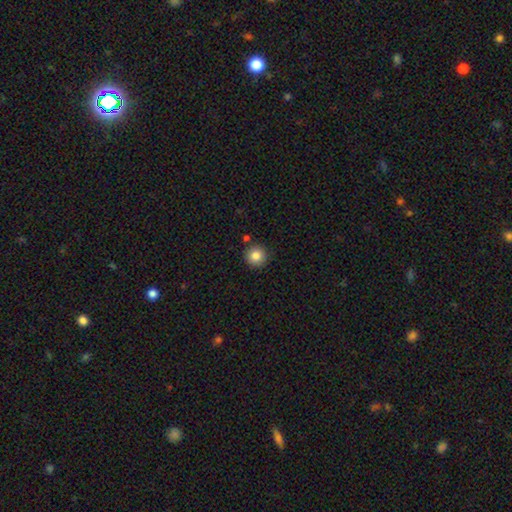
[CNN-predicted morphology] smooth_or_featured: smooth (p=0.85) [alt: star or artifact p=0.10]
how_rounded: round (p=0.95) [alt: in between p=0.04]
merging: none (p=0.87) [alt: minor disturbance p=0.07]